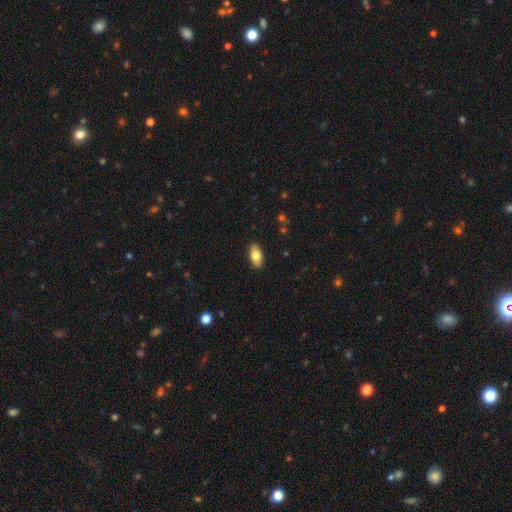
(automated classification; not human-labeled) A smooth galaxy with no disk features (77%) that is in between round and cigar-shaped (90%).

Vote fractions:
- Smooth or featured? smooth: 77% / featured or disk: 17% / star or artifact: 7%
- How rounded? in between: 90% / cigar-shaped: 7% / round: 3%
- Merging? none: 89% / minor disturbance: 8% / major disturbance: 2% / merger: 1%